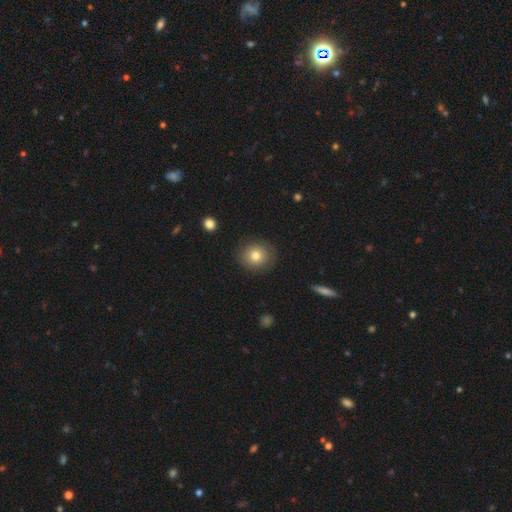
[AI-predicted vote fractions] smooth 76%, featured or disk 14%, star or artifact 10%. Down the decision tree: how rounded — round (80%); merging — none (85%).